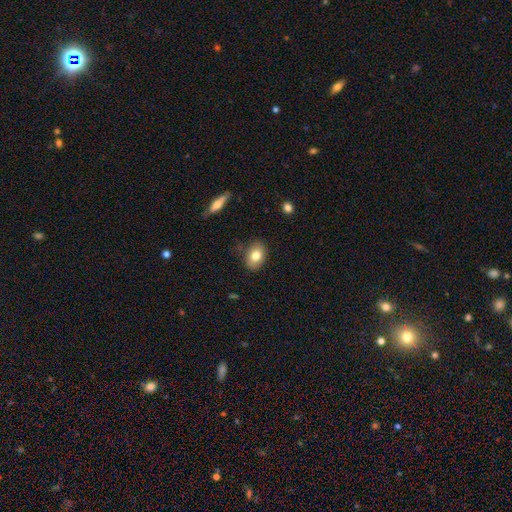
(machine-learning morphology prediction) Smooth or featured? smooth (78%)
How rounded? in between (77%)
Merging? none (83%)